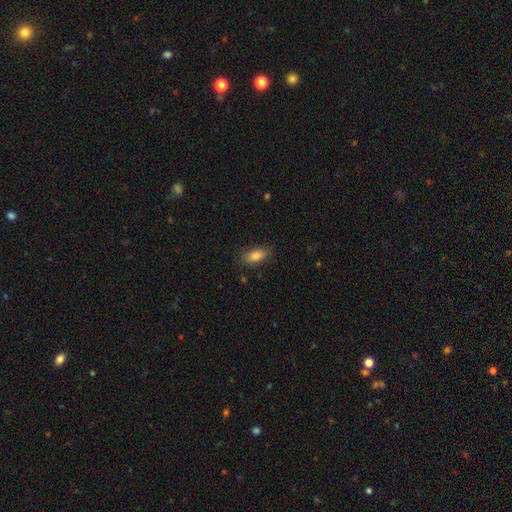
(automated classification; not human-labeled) Smooth or featured? smooth (83%)
How rounded? in between (87%)
Merging? none (81%)